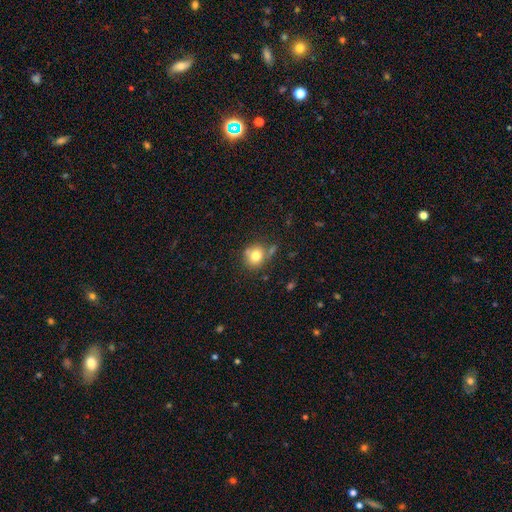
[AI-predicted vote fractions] smooth 77%, featured or disk 12%, star or artifact 11%. Down the decision tree: how rounded — round (82%); merging — none (63%).